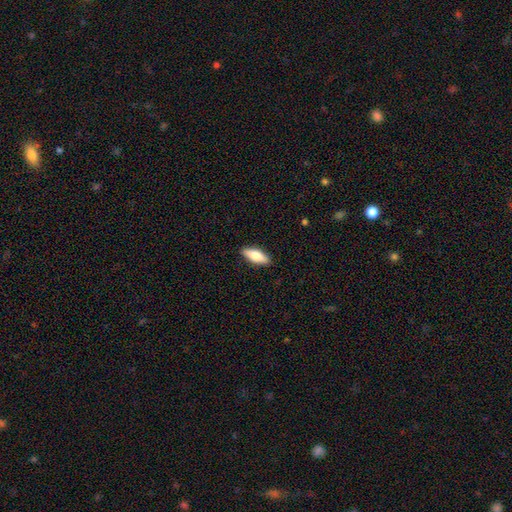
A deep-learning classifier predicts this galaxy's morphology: This is likely a smooth galaxy (73%). How rounded: likely in between (68%). Merging: clearly none (89%).